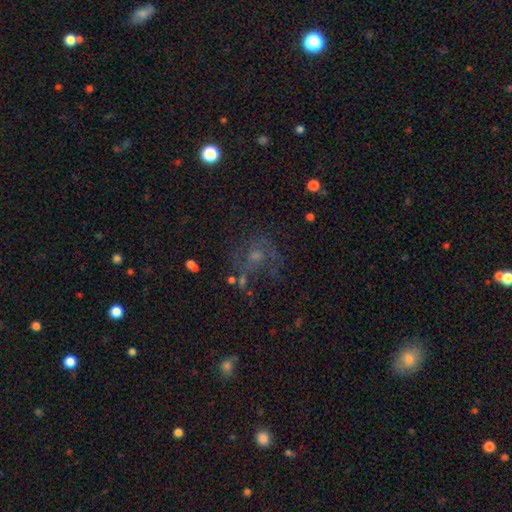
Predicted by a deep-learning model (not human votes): smooth_or_featured: featured or disk (p=0.47) [alt: smooth p=0.27]
merging: none (p=0.54) [alt: major disturbance p=0.22]